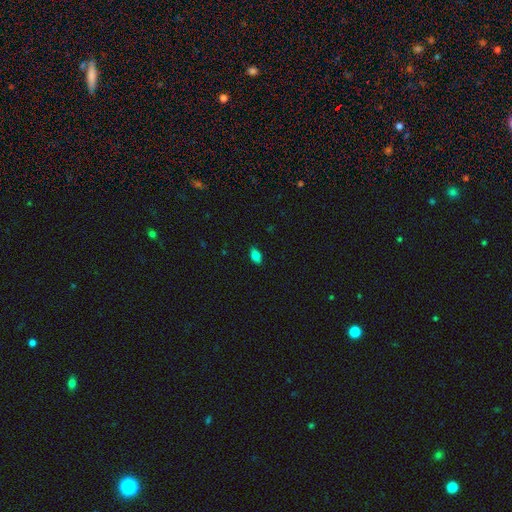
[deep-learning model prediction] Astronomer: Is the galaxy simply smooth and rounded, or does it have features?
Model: smooth — 82%.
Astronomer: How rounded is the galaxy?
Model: in between — 89%.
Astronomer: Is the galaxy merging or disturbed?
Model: none — 86%.